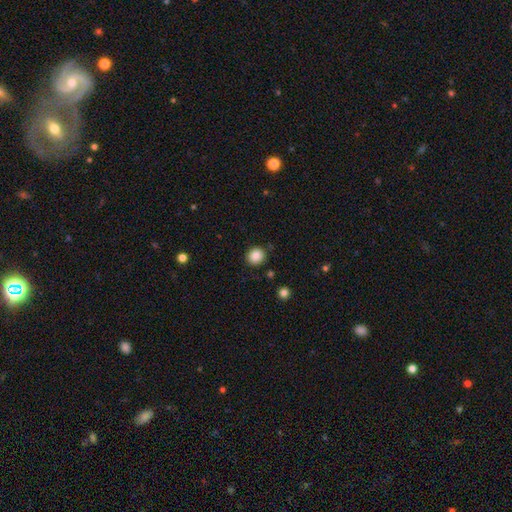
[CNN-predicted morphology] Smooth or featured: smooth — 87% (star or artifact — 10%)
How rounded: round — 89% (in between — 10%)
Merging: none — 88% (minor disturbance — 7%)